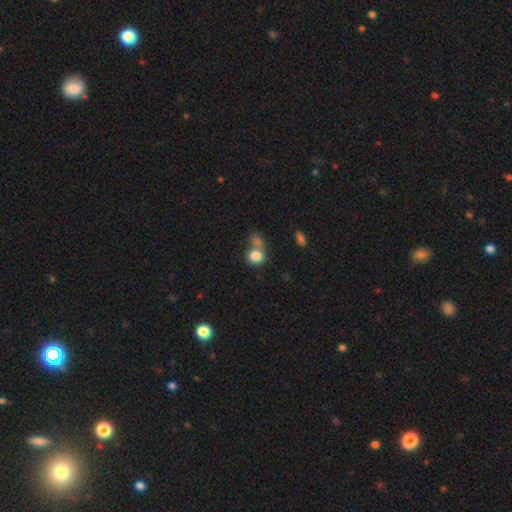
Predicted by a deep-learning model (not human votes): Smooth or featured: smooth — 83% (star or artifact — 9%)
How rounded: round — 71% (in between — 27%)
Merging: none — 43% (merger — 39%)